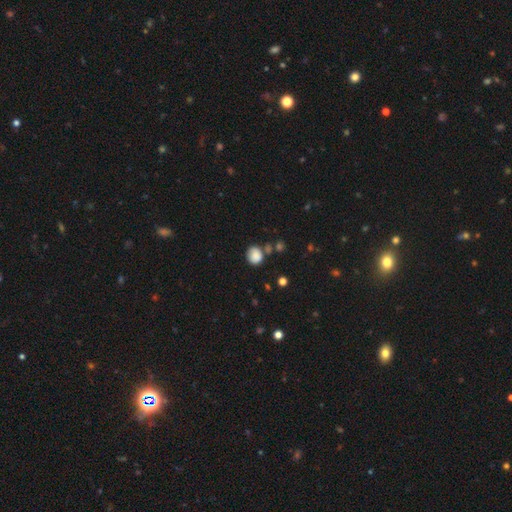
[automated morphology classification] Q: Smooth or featured?
A: smooth (84%); runner-up: star or artifact (10%)
Q: How rounded?
A: round (70%); runner-up: in between (29%)
Q: Merging?
A: none (64%); runner-up: minor disturbance (19%)